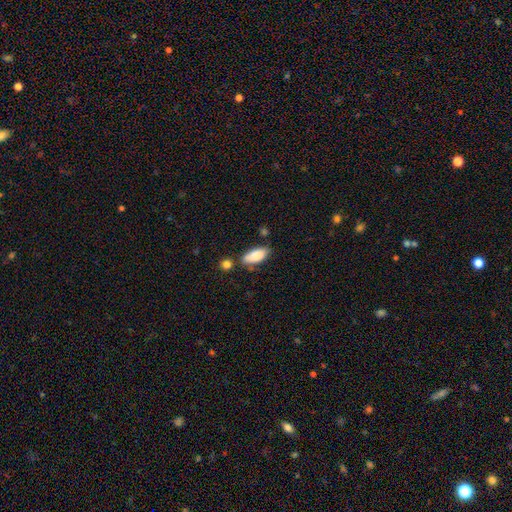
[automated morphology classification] Q: Smooth or featured?
A: smooth (85%); runner-up: featured or disk (9%)
Q: How rounded?
A: in between (86%); runner-up: cigar-shaped (12%)
Q: Merging?
A: none (72%); runner-up: minor disturbance (17%)